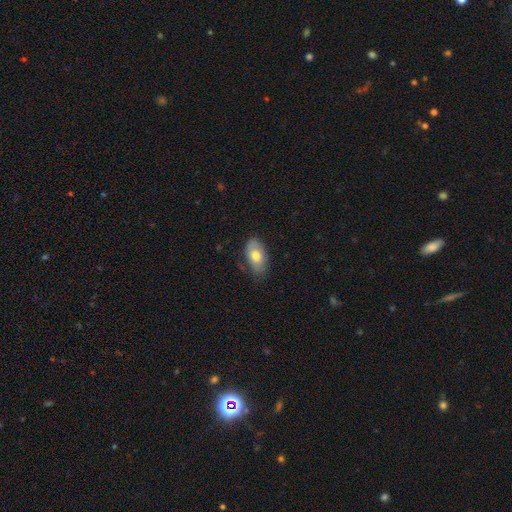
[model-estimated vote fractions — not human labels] The model was most divided on "merging": none: 72%, minor disturbance: 23%, major disturbance: 4%, merger: 1%. More confident: how rounded — in between (93%); smooth or featured — smooth (72%).